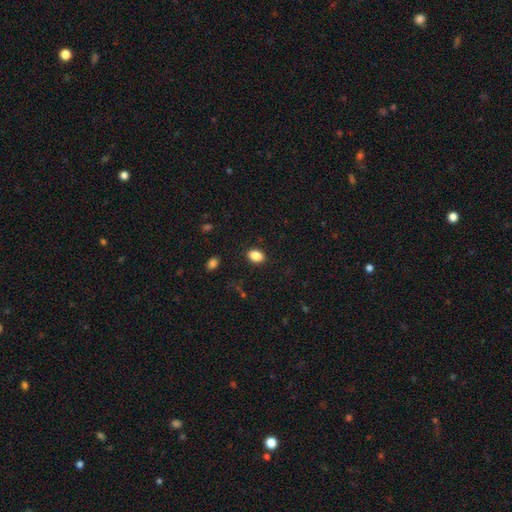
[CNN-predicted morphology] This appears to be a smooth galaxy with no disk features (86%) that is in between round and cigar-shaped (81%). Merging: none (88%).